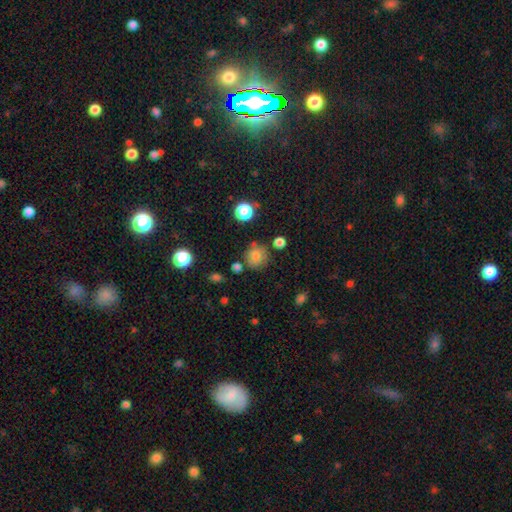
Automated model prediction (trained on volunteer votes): Smooth or featured?
  - smooth: 79% *
  - star or artifact: 14%
  - featured or disk: 7%
How rounded?
  - round: 87% *
  - in between: 12%
  - cigar-shaped: 1%
Merging?
  - none: 73% *
  - minor disturbance: 14%
  - merger: 8%
  - major disturbance: 5%